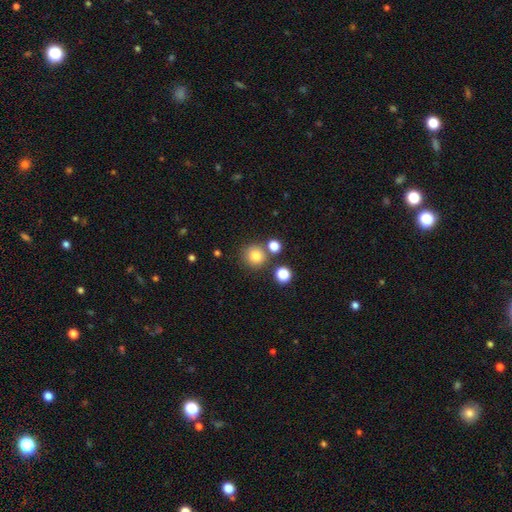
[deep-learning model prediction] A smooth galaxy with no disk features (80%) that is round (92%).

Vote fractions:
- Smooth or featured? smooth: 80% / star or artifact: 13% / featured or disk: 7%
- How rounded? round: 92% / in between: 7% / cigar-shaped: 1%
- Merging? none: 75% / merger: 13% / minor disturbance: 9% / major disturbance: 3%